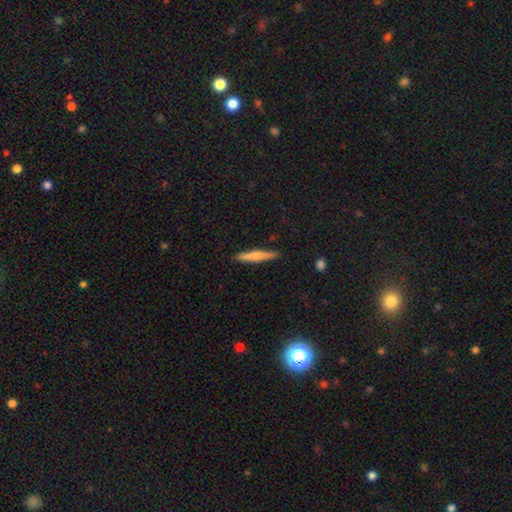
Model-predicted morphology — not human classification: Q: Smooth or featured?
A: smooth (53%); runner-up: featured or disk (41%)
Q: How rounded?
A: cigar-shaped (92%); runner-up: in between (6%)
Q: Merging?
A: none (89%); runner-up: minor disturbance (8%)